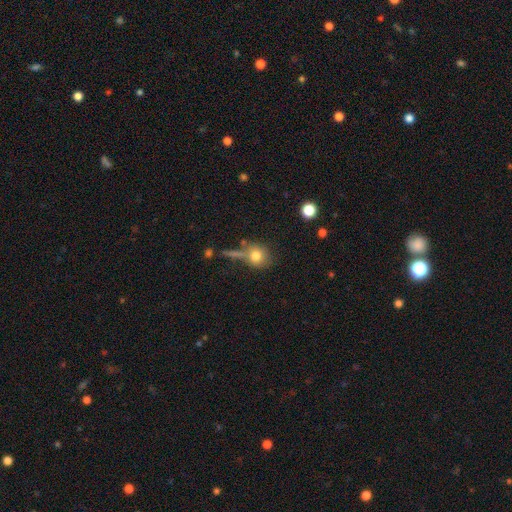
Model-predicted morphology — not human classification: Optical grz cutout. It shows a smooth galaxy with no disk features (76%) that is round (78%). Merging: none (58%).